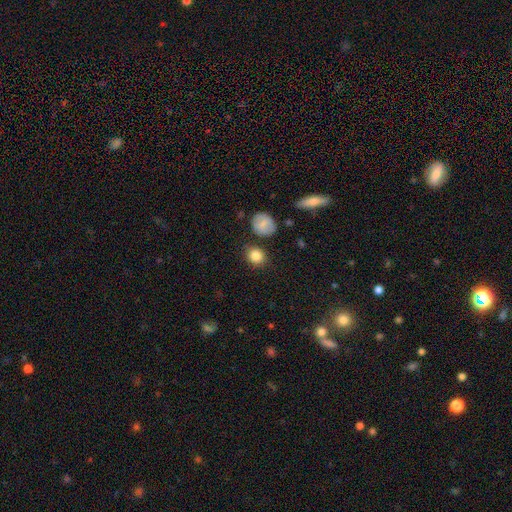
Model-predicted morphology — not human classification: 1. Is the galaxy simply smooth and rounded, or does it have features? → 85% smooth, 9% star or artifact, 6% featured or disk.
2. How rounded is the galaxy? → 74% round, 24% in between, 1% cigar-shaped.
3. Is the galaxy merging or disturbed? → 78% none, 13% minor disturbance, 6% merger, 4% major disturbance.